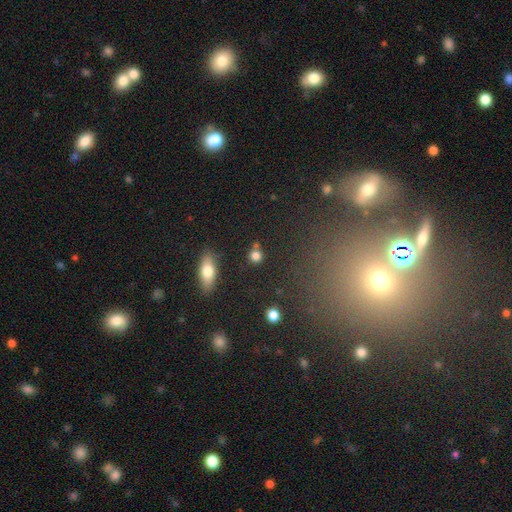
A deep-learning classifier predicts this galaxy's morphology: Overall: smooth (81%). How rounded: round (85%). Merging: none (71%).